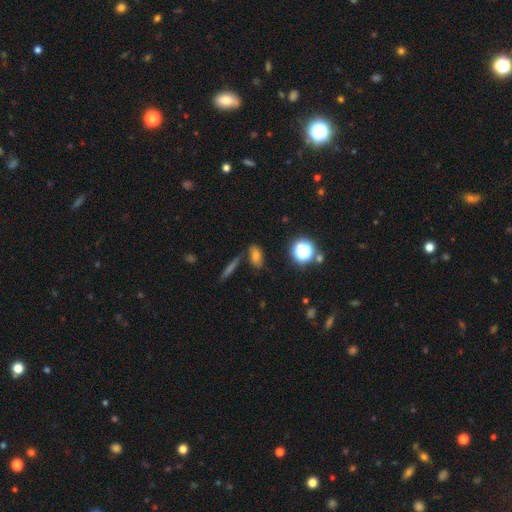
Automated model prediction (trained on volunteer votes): A smooth galaxy with no disk features (65%) that is in between round and cigar-shaped (73%). Merging: none (69%).